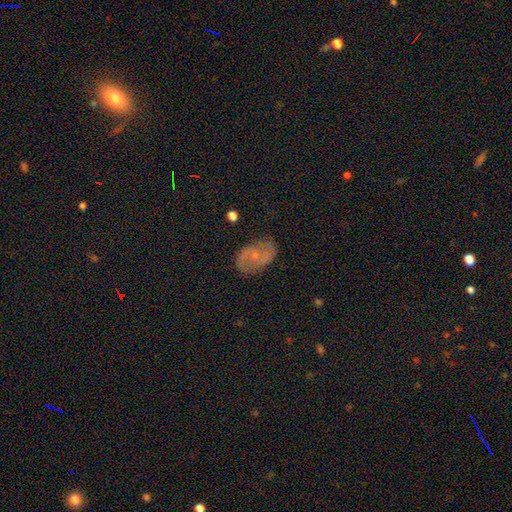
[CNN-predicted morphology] A featured or disk galaxy (62%) with no bar (61%), spiral arms (81%) and a small central bulge (70%).

Vote fractions:
- Smooth or featured? featured or disk: 62% / smooth: 27% / star or artifact: 12%
- Edge-on disk? no: 96% / yes: 4%
- Bar? no: 61% / weak: 33% / strong: 7%
- Spiral arms? yes: 81% / no: 19%
- Bulge size? small: 70% / moderate: 21% / none: 6% / large: 1% / dominant: 1%
- Merging? none: 77% / minor disturbance: 16% / major disturbance: 5% / merger: 2%